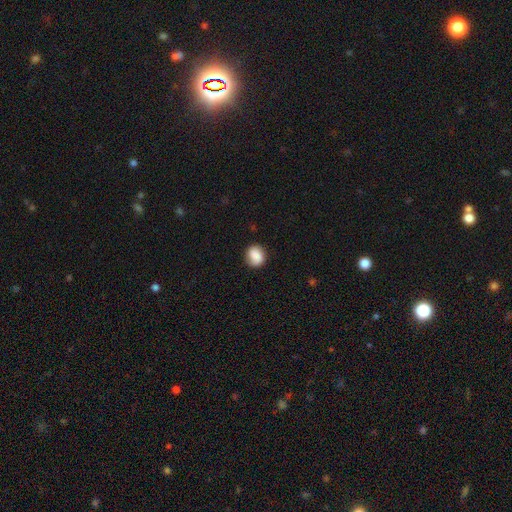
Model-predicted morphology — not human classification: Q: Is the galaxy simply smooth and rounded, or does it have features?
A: smooth — 83%.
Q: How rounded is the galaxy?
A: round — 65%.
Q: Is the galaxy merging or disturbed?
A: none — 80%.